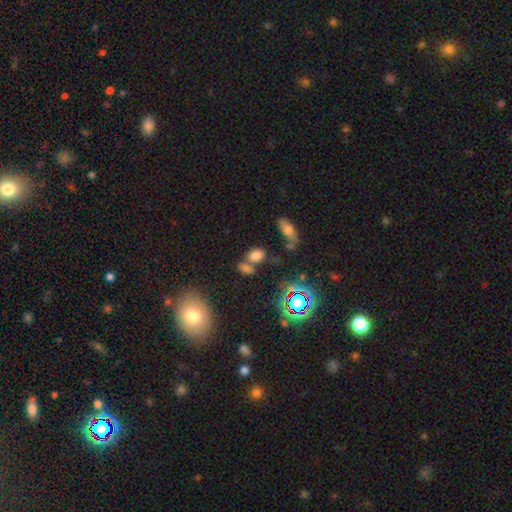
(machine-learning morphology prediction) Smooth or featured? Predicted: smooth (p=0.68). How rounded? Predicted: in between (p=0.74). Merging? Predicted: none (p=0.45).